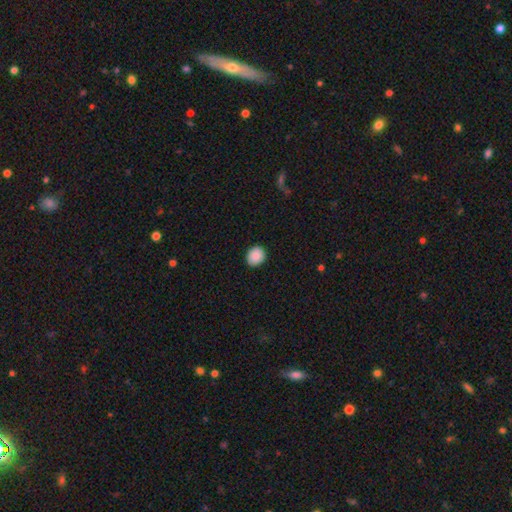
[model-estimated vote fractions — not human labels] smooth-or-featured: smooth: 88% | star or artifact: 8% | featured or disk: 4%
  how-rounded: round: 69% | in between: 30% | cigar-shaped: 1%
  merging: none: 90% | minor disturbance: 7% | major disturbance: 2% | merger: 1%